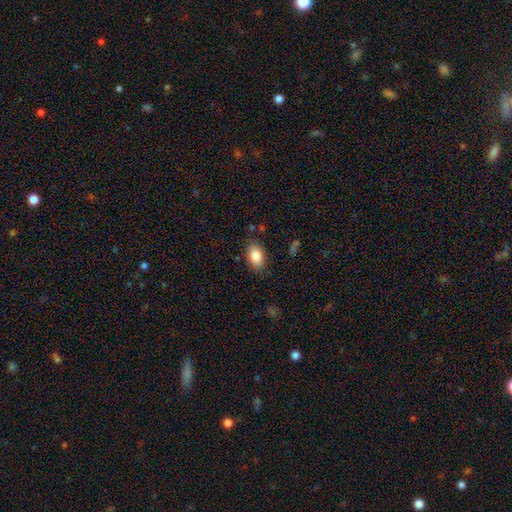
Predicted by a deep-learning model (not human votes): A smooth galaxy with no disk features (85%) that is in between round and cigar-shaped (89%). Merging: none (84%).